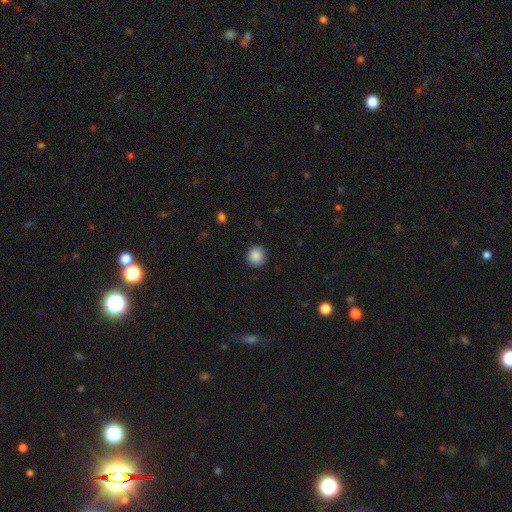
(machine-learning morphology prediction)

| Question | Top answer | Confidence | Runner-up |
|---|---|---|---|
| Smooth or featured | smooth | 89% | star or artifact (9%) |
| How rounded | round | 90% | in between (9%) |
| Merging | none | 91% | minor disturbance (6%) |